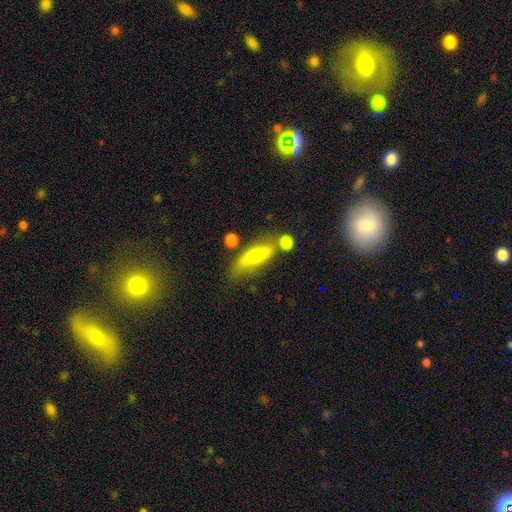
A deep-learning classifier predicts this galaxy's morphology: A smooth galaxy with no disk features (53%) that is cigar-shaped (57%). Merging: none (58%).